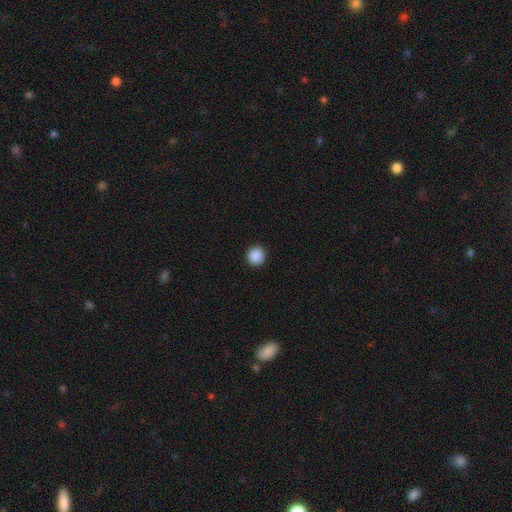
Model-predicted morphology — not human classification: A smooth galaxy with no disk features (89%) that is round (95%). Merging: none (93%).